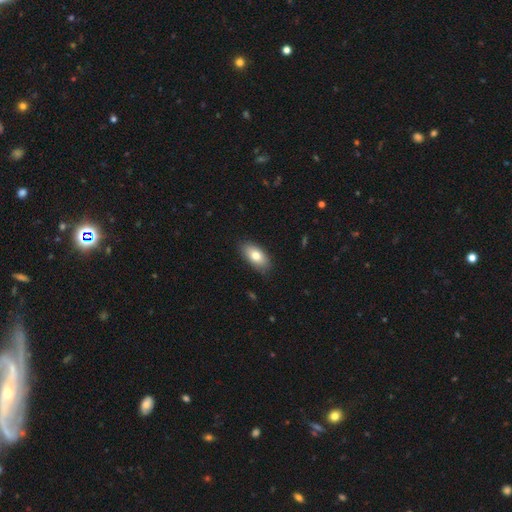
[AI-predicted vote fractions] smooth 76%, featured or disk 17%, star or artifact 7%. Down the decision tree: how rounded — in between (91%); merging — none (85%).